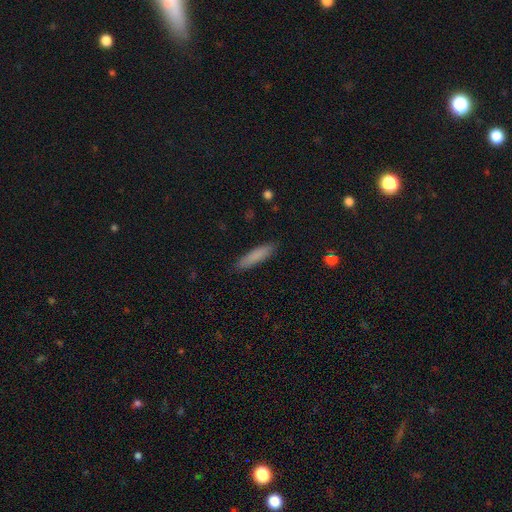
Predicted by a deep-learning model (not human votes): The model was most divided on "how rounded": cigar-shaped: 82%, in between: 17%, round: 1%. More confident: merging — none (89%); smooth or featured — smooth (84%).